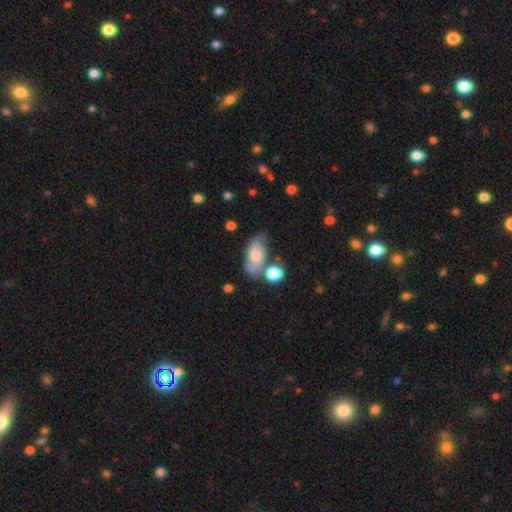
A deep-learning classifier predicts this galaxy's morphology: This appears to be a smooth galaxy with no disk features (47%). Merging: none (52%).